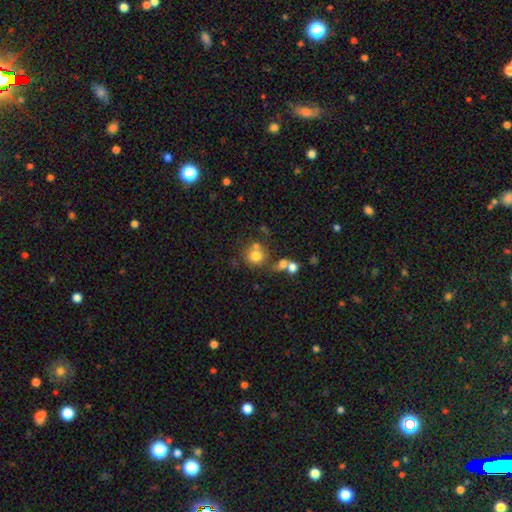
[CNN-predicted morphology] smooth 76%, star or artifact 13%, featured or disk 11%. Down the decision tree: how rounded — round (86%); merging — none (57%).